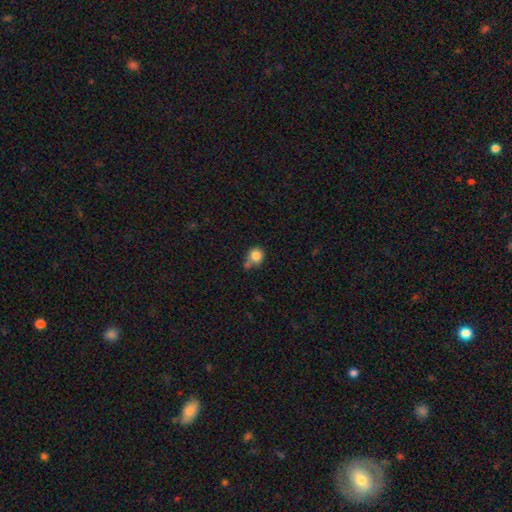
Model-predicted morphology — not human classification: Smooth or featured: smooth — 83% (star or artifact — 10%)
How rounded: round — 84% (in between — 15%)
Merging: none — 50% (merger — 22%)